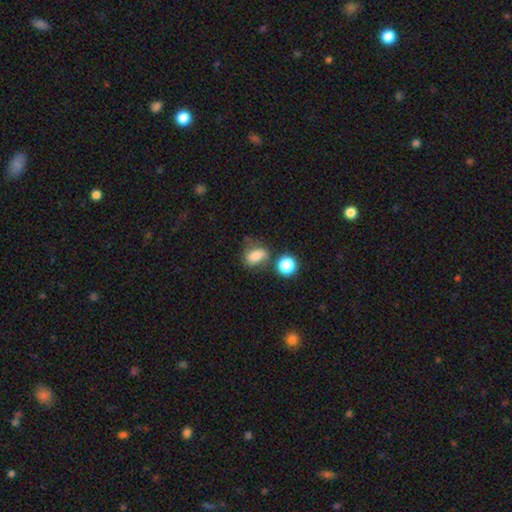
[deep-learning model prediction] Overall: smooth (69%). How rounded: in between (69%). Merging: none (53%; minor disturbance 24%).